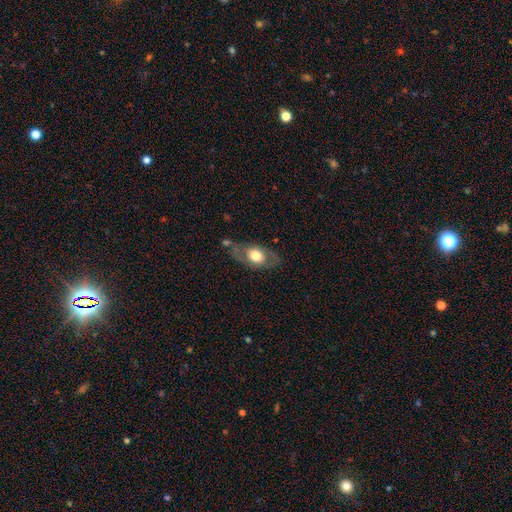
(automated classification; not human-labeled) Morphology: type=featured or disk (50%); merging=none (67%).